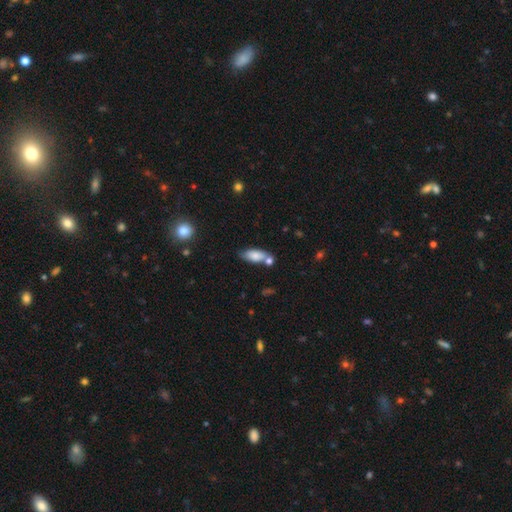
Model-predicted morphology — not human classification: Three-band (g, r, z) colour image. It shows a smooth galaxy with no disk features (80%) that is in between round and cigar-shaped (82%). Merging: none (58%).